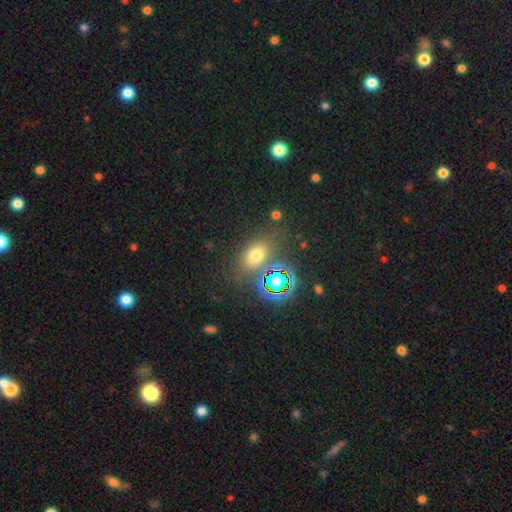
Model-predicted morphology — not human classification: smooth_or_featured: smooth (p=0.62) [alt: star or artifact p=0.27]
how_rounded: in between (p=0.74) [alt: round p=0.22]
merging: none (p=0.74) [alt: minor disturbance p=0.13]